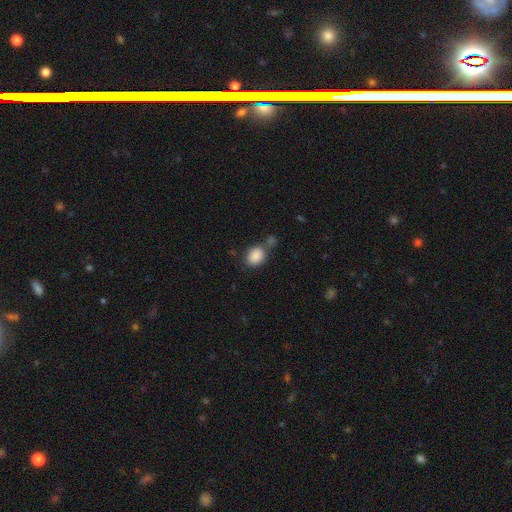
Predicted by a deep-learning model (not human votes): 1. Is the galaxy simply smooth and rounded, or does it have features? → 87% smooth, 8% star or artifact, 4% featured or disk.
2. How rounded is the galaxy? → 57% in between, 42% round, 1% cigar-shaped.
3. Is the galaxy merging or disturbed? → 55% none, 23% merger, 15% minor disturbance, 6% major disturbance.